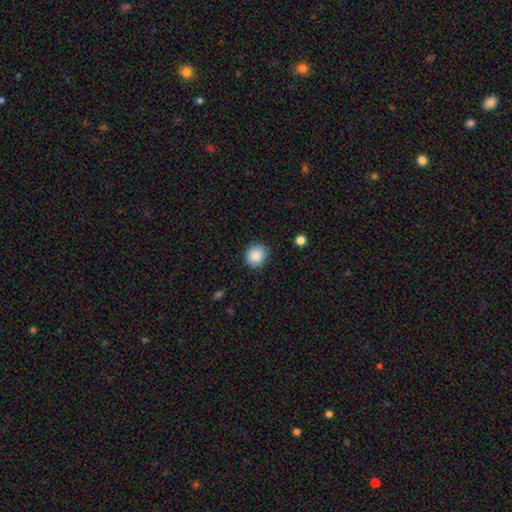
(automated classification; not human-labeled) Q: Smooth or featured?
A: smooth (86%); runner-up: star or artifact (9%)
Q: How rounded?
A: round (81%); runner-up: in between (18%)
Q: Merging?
A: none (85%); runner-up: minor disturbance (11%)